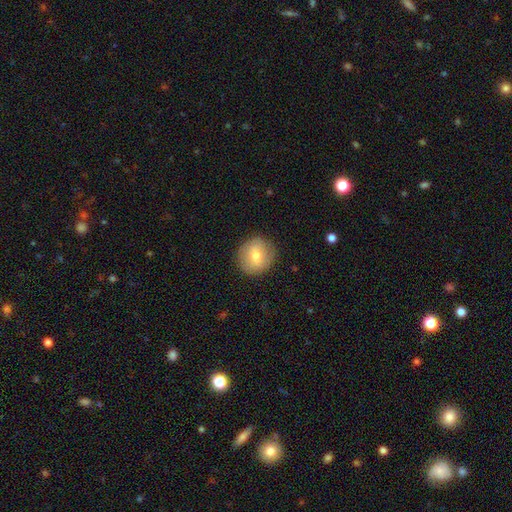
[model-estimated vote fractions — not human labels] Overall: smooth (66%; featured or disk 27%). How rounded: round (88%). Merging: none (86%).